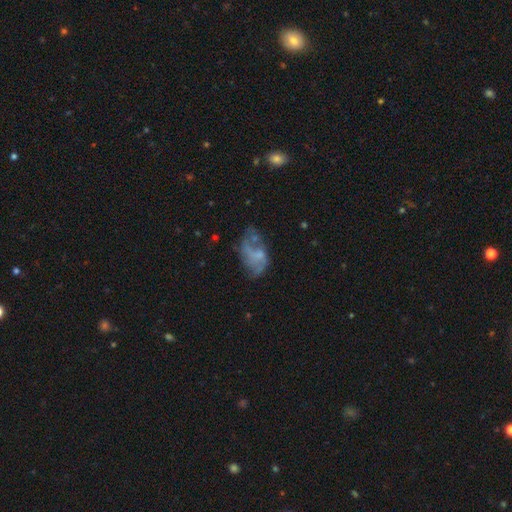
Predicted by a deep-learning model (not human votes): featured or disk 61%, smooth 29%, star or artifact 11%. Down the decision tree: edge-on disk — no (97%); bar — no (69%); spiral arms — yes (59%); bulge size — none (56%); merging — none (39%).